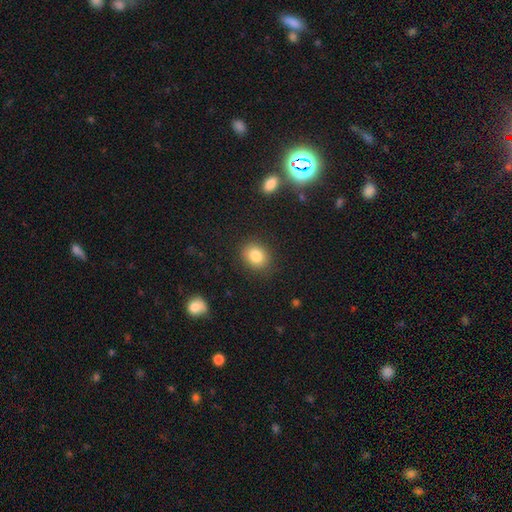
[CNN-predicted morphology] Q: Smooth or featured?
A: smooth (84%); runner-up: star or artifact (9%)
Q: How rounded?
A: round (60%); runner-up: in between (39%)
Q: Merging?
A: none (86%); runner-up: minor disturbance (9%)